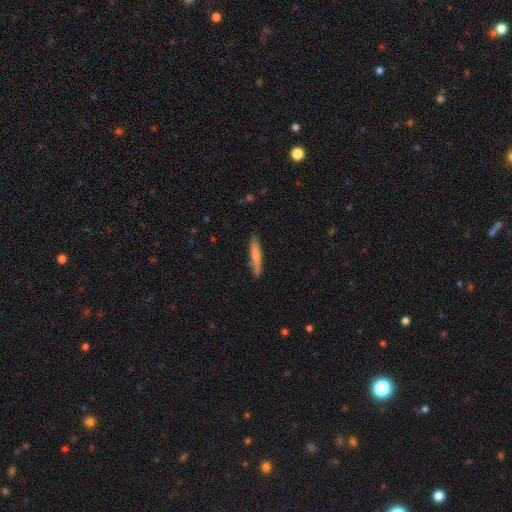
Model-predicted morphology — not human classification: smooth_or_featured: smooth (p=0.72) [alt: featured or disk p=0.22]
how_rounded: cigar-shaped (p=0.91) [alt: in between p=0.07]
merging: none (p=0.81) [alt: minor disturbance p=0.14]